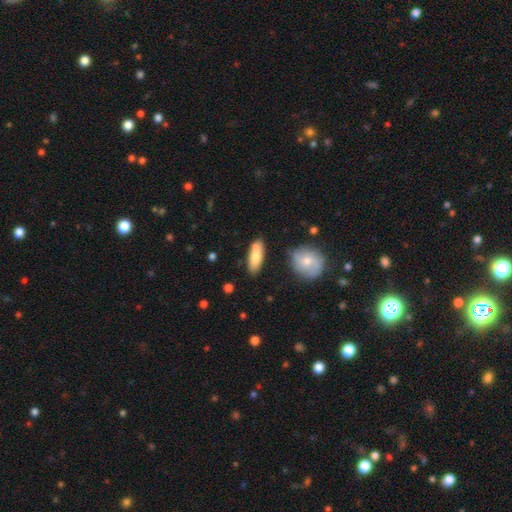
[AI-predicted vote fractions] Overall: smooth (77%). How rounded: in between (63%; cigar-shaped 34%). Merging: none (71%).